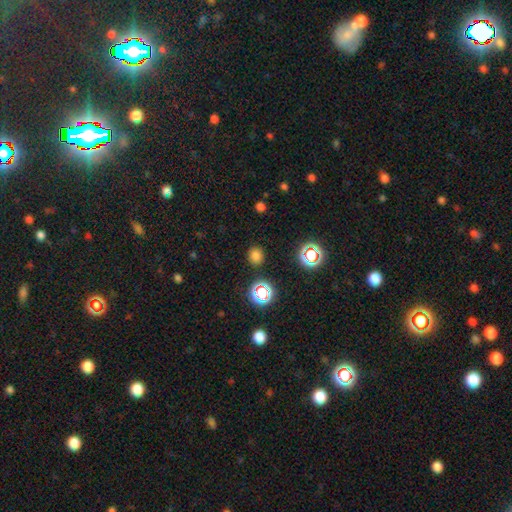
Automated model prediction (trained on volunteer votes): A smooth galaxy with no disk features (75%) that is round (78%). Merging: none (88%).